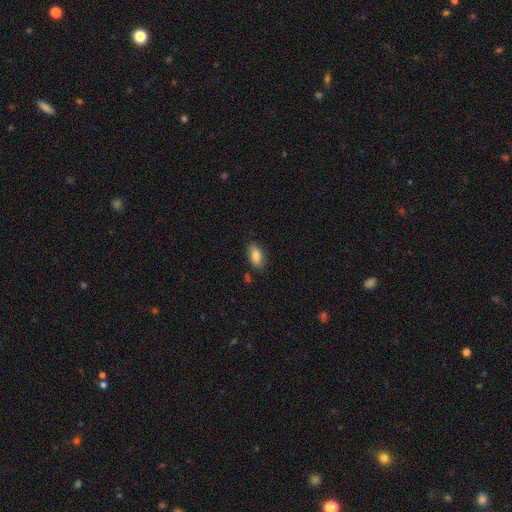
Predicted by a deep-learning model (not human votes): smooth 85%, star or artifact 8%, featured or disk 7%. Down the decision tree: how rounded — in between (91%); merging — none (81%).